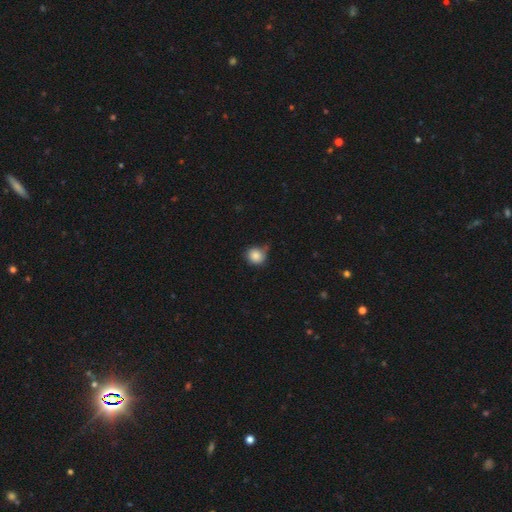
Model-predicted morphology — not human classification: Smooth or featured? smooth (86%)
How rounded? round (87%)
Merging? none (59%)